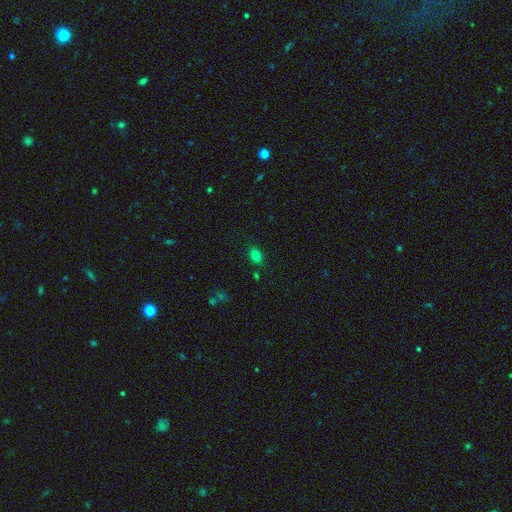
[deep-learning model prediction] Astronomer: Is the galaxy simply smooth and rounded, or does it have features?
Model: smooth — 79%.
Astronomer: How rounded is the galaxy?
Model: in between — 68%.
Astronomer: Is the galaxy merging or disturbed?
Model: none — 83%.